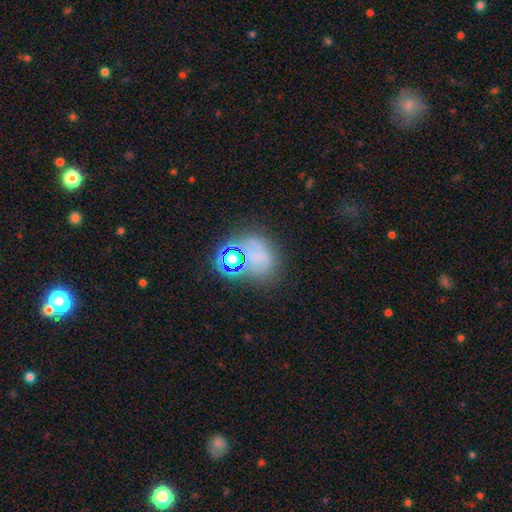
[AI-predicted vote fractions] smooth-or-featured: smooth: 44% | star or artifact: 35% | featured or disk: 21%
  merging: none: 50% | minor disturbance: 19% | major disturbance: 16% | merger: 15%